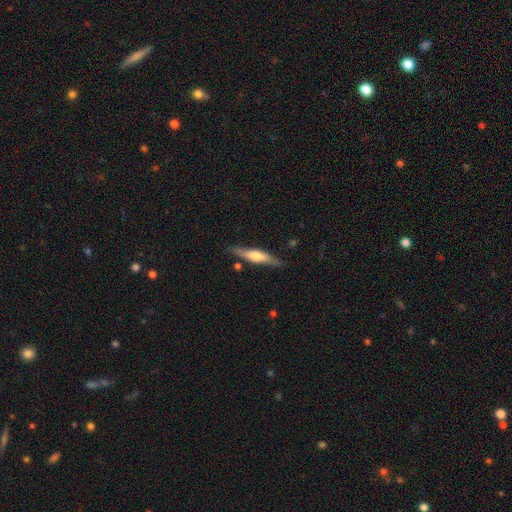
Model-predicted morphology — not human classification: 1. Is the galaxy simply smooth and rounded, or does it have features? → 55% featured or disk, 39% smooth, 6% star or artifact.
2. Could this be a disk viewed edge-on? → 93% yes, 7% no.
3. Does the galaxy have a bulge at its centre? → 77% rounded, 16% boxy, 7% none.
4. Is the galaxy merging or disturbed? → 82% none, 13% minor disturbance, 3% major disturbance, 3% merger.